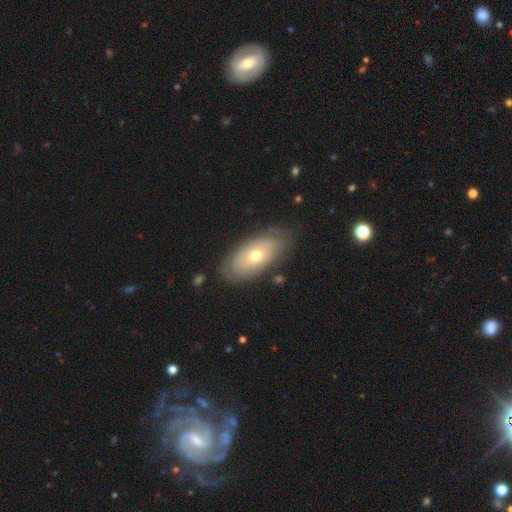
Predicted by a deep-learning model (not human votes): Smooth or featured? featured or disk (52%)
Edge-on disk? no (85%)
Merging? none (79%)